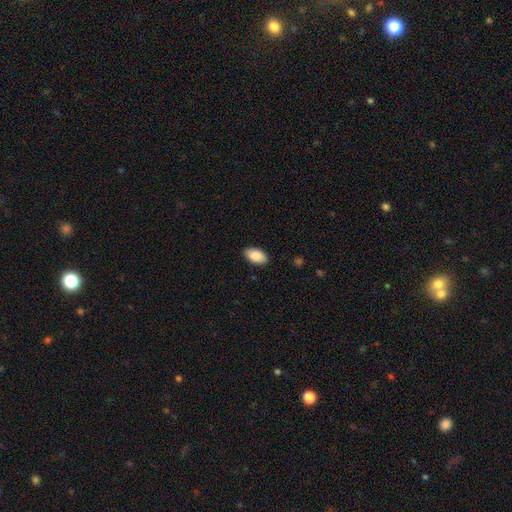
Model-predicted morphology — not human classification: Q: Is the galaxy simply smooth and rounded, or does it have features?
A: smooth — 89%.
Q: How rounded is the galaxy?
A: in between — 95%.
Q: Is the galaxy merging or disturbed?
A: none — 87%.